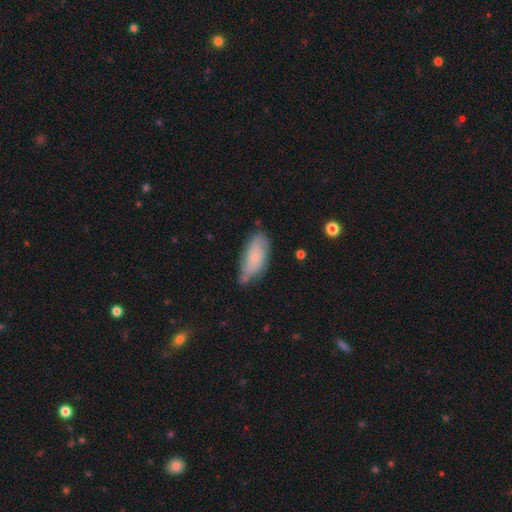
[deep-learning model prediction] Smooth or featured?
  - featured or disk: 48% *
  - smooth: 44%
  - star or artifact: 7%
Merging?
  - none: 61% *
  - minor disturbance: 28%
  - major disturbance: 7%
  - merger: 4%